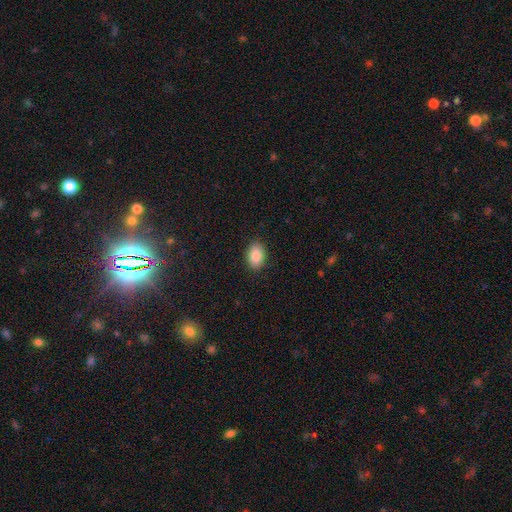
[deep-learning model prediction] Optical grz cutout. It shows a smooth galaxy with no disk features (86%) that is in between round and cigar-shaped (87%). Merging: none (89%).